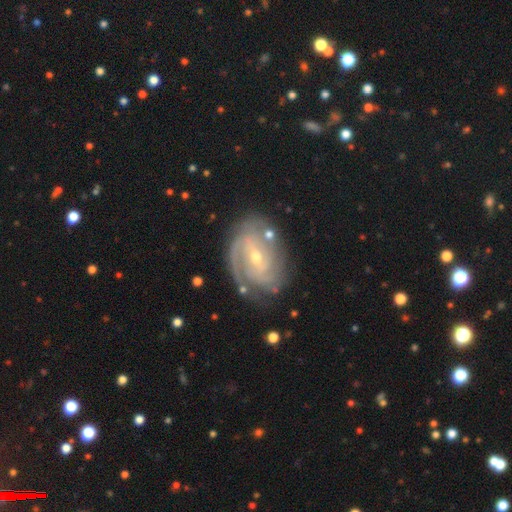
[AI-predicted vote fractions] featured or disk 88%, smooth 7%, star or artifact 5%. Down the decision tree: edge-on disk — no (96%); bar — weak (47%); spiral arms — yes (96%); spiral arm count — 2 (35%); spiral winding — tight (64%); bulge size — small (61%); merging — none (71%).